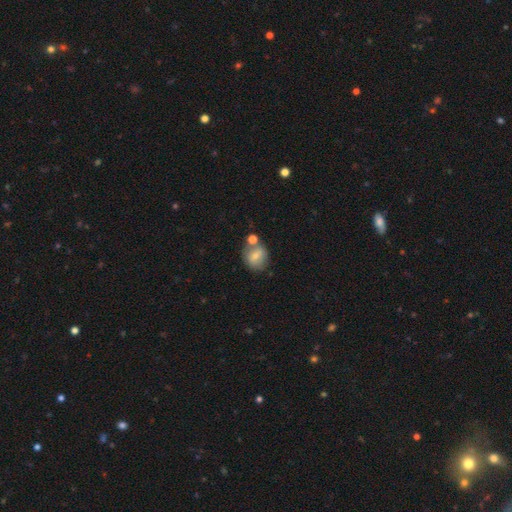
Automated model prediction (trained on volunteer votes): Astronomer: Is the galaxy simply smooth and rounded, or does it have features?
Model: smooth — 67%.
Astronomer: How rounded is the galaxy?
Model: round — 71%.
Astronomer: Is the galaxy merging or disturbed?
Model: none — 54%.